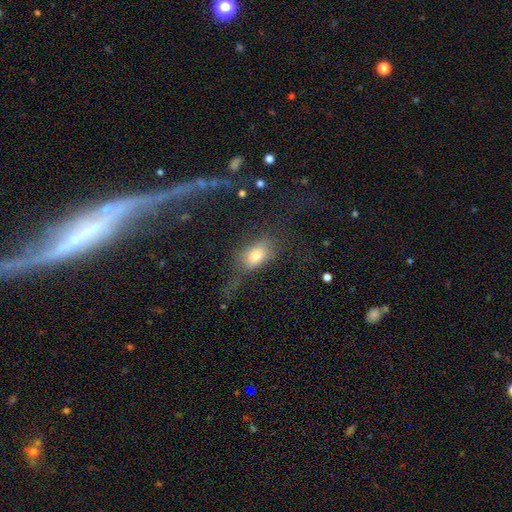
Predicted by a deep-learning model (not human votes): Smooth or featured?
  - smooth: 71% *
  - featured or disk: 18%
  - star or artifact: 11%
How rounded?
  - in between: 83% *
  - round: 12%
  - cigar-shaped: 5%
Merging?
  - none: 38% *
  - major disturbance: 37%
  - minor disturbance: 20%
  - merger: 5%